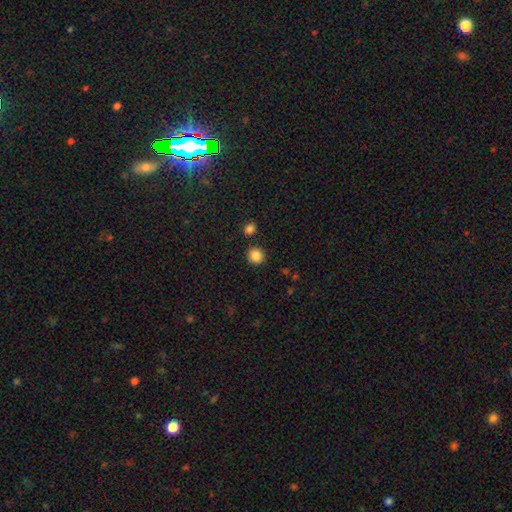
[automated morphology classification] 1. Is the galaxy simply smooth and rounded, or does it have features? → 86% smooth, 10% star or artifact, 4% featured or disk.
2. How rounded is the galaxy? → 93% round, 7% in between, 1% cigar-shaped.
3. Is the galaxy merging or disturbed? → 88% none, 6% minor disturbance, 4% merger, 2% major disturbance.